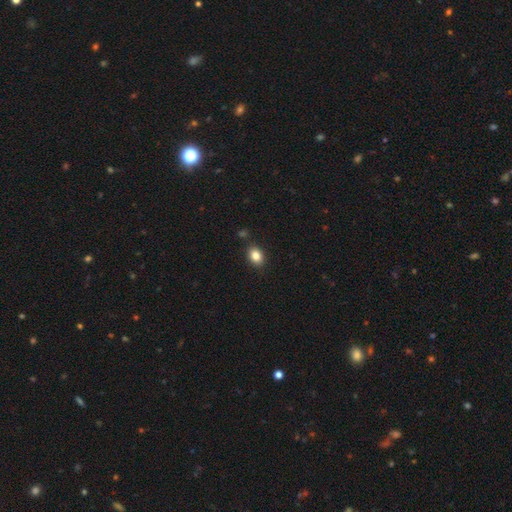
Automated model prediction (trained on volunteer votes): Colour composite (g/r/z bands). It shows a smooth galaxy with no disk features (85%) that is in between round and cigar-shaped (65%). Merging: none (86%).